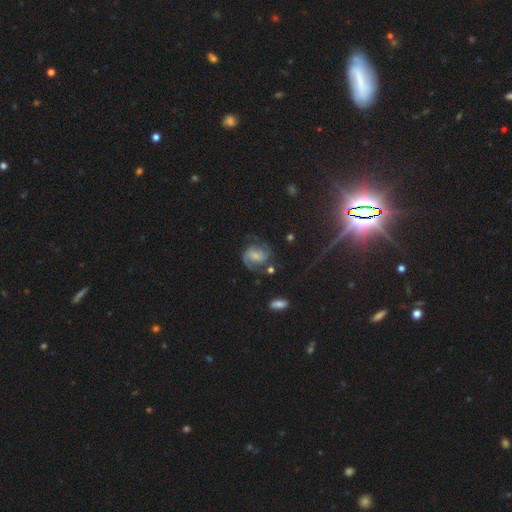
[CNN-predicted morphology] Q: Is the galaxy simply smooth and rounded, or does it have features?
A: featured or disk — 75%.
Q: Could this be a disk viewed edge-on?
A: no — 98%.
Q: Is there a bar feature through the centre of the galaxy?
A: weak — 46%.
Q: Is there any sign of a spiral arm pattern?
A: yes — 95%.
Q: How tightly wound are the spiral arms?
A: medium — 49%.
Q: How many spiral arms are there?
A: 2 — 77%.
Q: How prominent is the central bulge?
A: small — 37%.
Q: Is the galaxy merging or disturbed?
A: none — 64%.